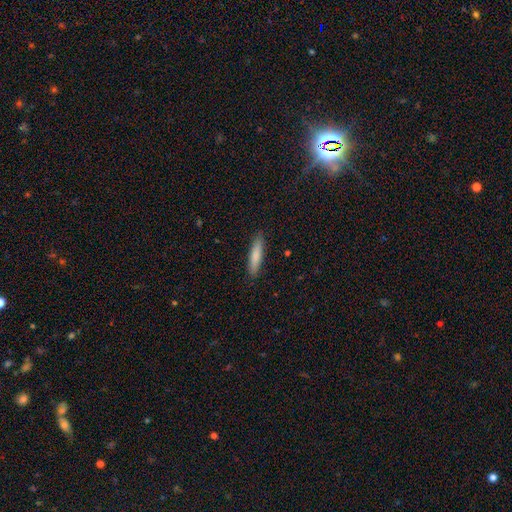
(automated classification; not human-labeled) Smooth or featured? Predicted: smooth (p=0.80). How rounded? Predicted: cigar-shaped (p=0.87). Merging? Predicted: none (p=0.89).